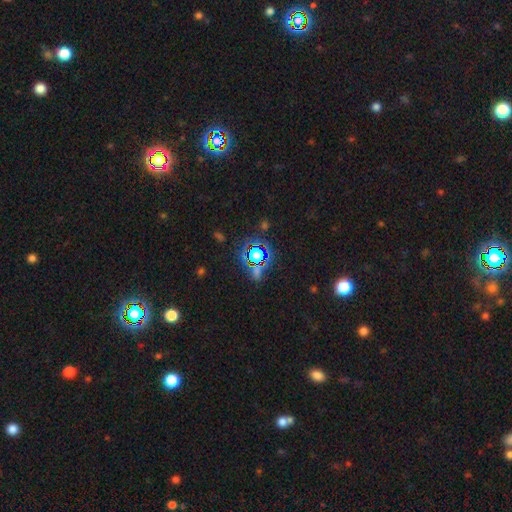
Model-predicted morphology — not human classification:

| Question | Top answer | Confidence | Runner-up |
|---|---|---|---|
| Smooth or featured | star or artifact | 65% | smooth (24%) |